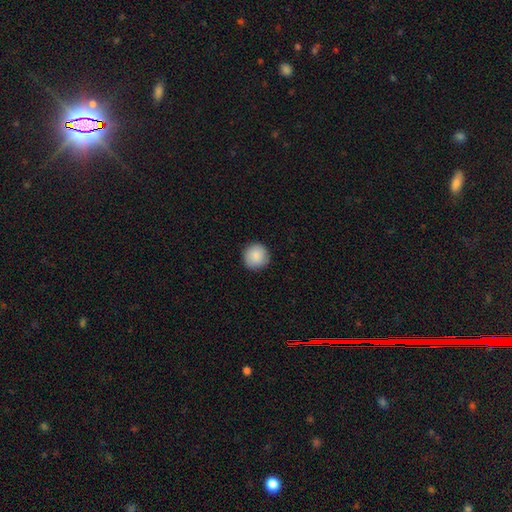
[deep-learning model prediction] The model was most divided on "smooth or featured": smooth: 88%, star or artifact: 7%, featured or disk: 5%. More confident: how rounded — round (95%); merging — none (91%).